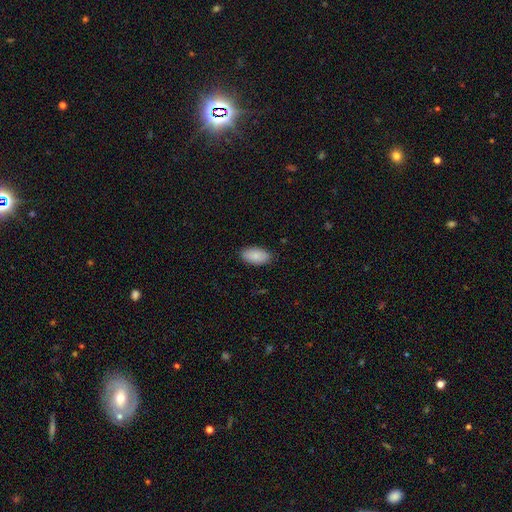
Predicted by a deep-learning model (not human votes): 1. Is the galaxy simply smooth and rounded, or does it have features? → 89% smooth, 6% star or artifact, 5% featured or disk.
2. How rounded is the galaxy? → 95% in between, 3% round, 3% cigar-shaped.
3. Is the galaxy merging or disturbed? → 87% none, 10% minor disturbance, 2% major disturbance, 1% merger.